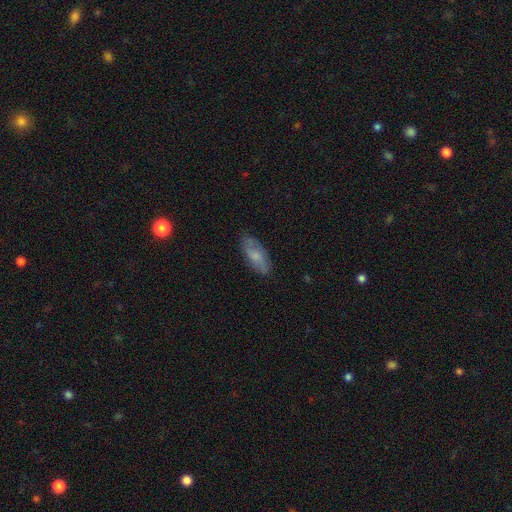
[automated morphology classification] Smooth or featured? Predicted: smooth (p=0.62). How rounded? Predicted: in between (p=0.79). Merging? Predicted: none (p=0.79).